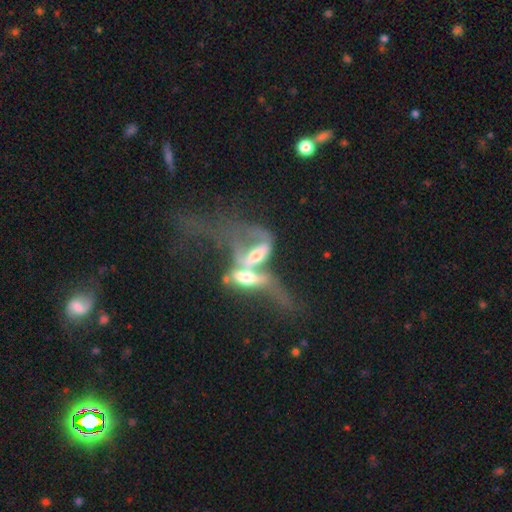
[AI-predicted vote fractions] Morphology: type=featured or disk (65%); edge-on=no (63%); merging=merger (77%).